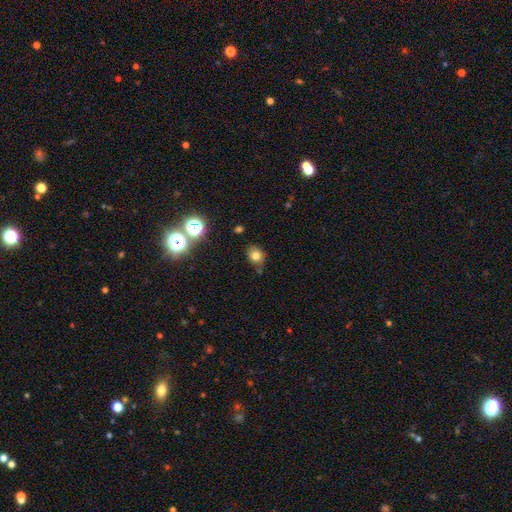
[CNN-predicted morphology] type=smooth (75%); roundness=round (53%); merging=none (69%).